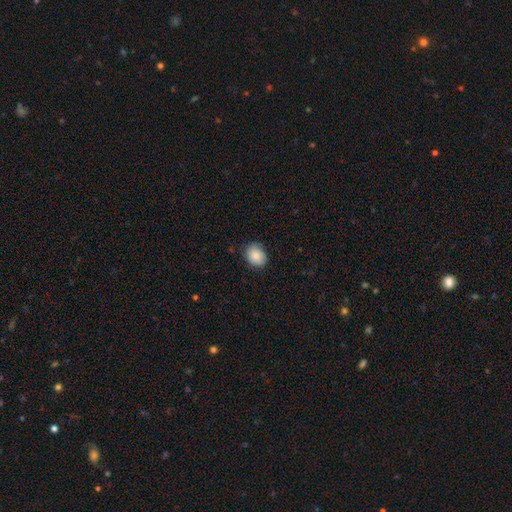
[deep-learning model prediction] A smooth galaxy with no disk features (85%) that is round (56%).

Vote fractions:
- Smooth or featured? smooth: 85% / featured or disk: 8% / star or artifact: 7%
- How rounded? round: 56% / in between: 43% / cigar-shaped: 1%
- Merging? none: 74% / minor disturbance: 21% / major disturbance: 4% / merger: 1%